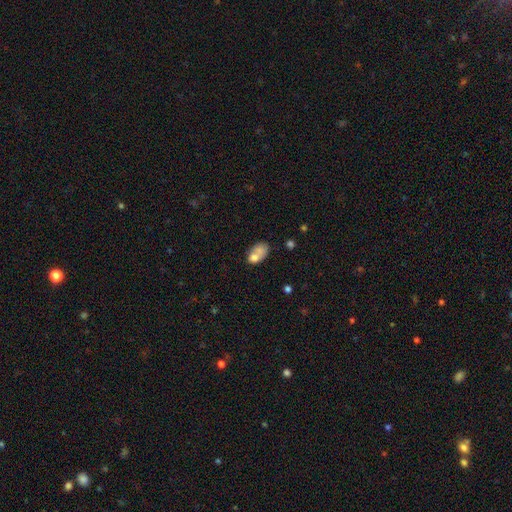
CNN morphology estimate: The model was most divided on "merging": merger: 35%, none: 31%, minor disturbance: 21%, major disturbance: 13%. More confident: how rounded — in between (84%); smooth or featured — smooth (68%).